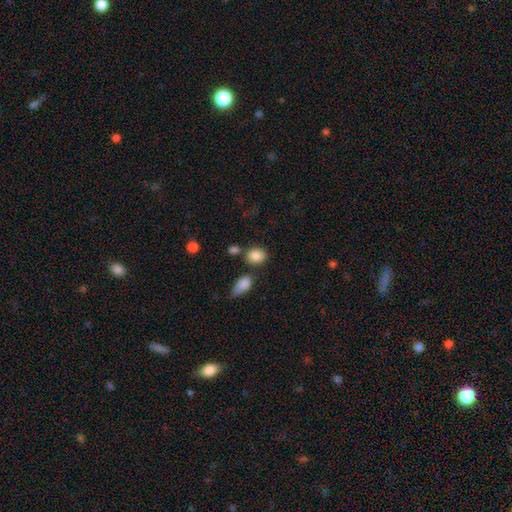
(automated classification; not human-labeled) smooth 85%, star or artifact 9%, featured or disk 6%. Down the decision tree: how rounded — round (50%); merging — none (72%).